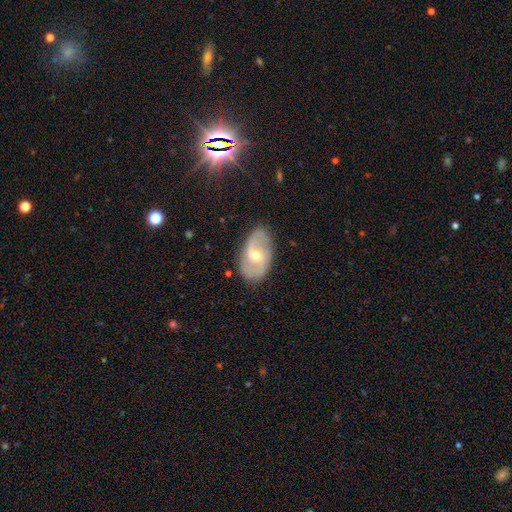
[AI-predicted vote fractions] Smooth or featured? featured or disk (74%)
Edge-on disk? no (95%)
Bar? weak (47%)
Spiral arms? yes (87%)
Spiral winding? medium (45%)
Spiral arm count? 2 (80%)
Bulge size? moderate (58%)
Merging? none (79%)